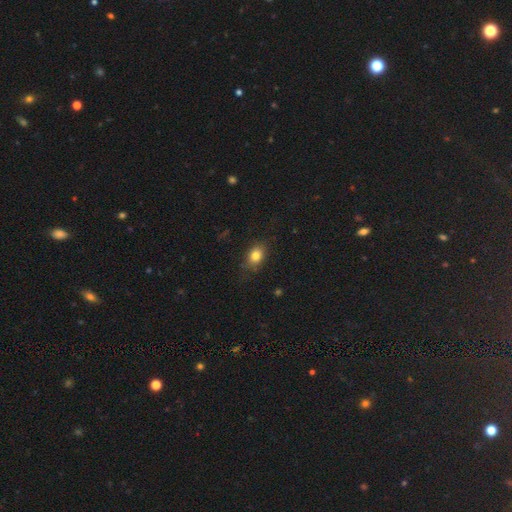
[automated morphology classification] Smooth or featured?
  - smooth: 81% *
  - star or artifact: 11%
  - featured or disk: 8%
How rounded?
  - in between: 65% *
  - round: 33%
  - cigar-shaped: 2%
Merging?
  - none: 78% *
  - minor disturbance: 17%
  - major disturbance: 4%
  - merger: 1%